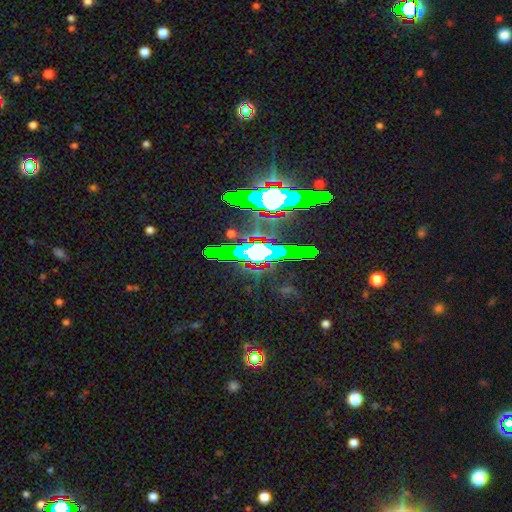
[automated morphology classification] The model was most divided on "smooth or featured": star or artifact: 60%, featured or disk: 27%, smooth: 14%.